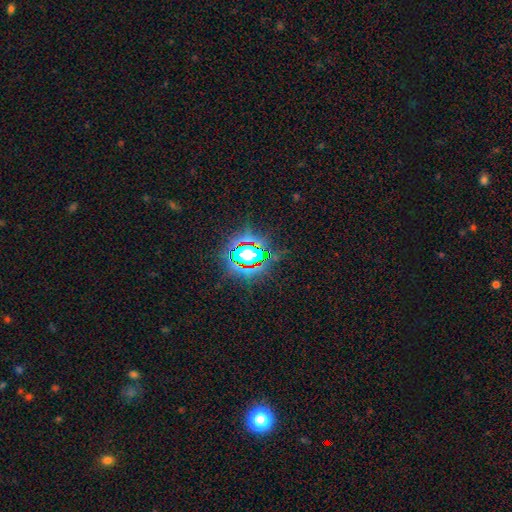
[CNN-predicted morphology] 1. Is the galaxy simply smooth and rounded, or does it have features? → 80% star or artifact, 12% smooth, 8% featured or disk.